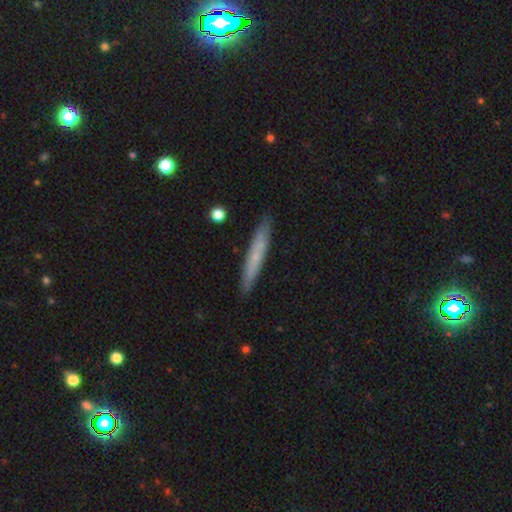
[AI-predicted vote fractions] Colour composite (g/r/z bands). It shows a smooth galaxy with no disk features (57%) that is cigar-shaped (95%). Merging: none (90%).